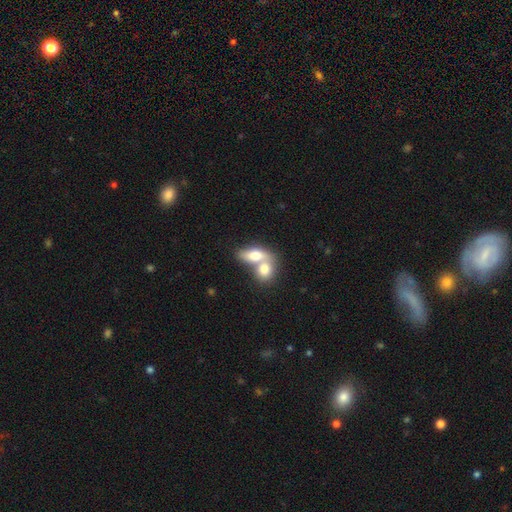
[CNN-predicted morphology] Q: Smooth or featured?
A: smooth (72%); runner-up: featured or disk (22%)
Q: How rounded?
A: in between (78%); runner-up: round (14%)
Q: Merging?
A: merger (73%); runner-up: none (18%)